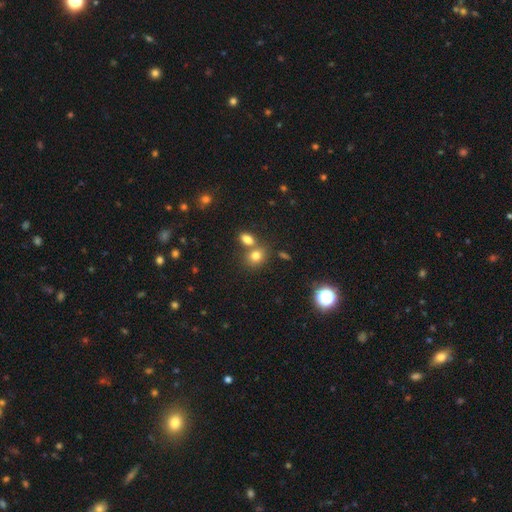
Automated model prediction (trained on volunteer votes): Q: Smooth or featured?
A: smooth (77%); runner-up: star or artifact (14%)
Q: How rounded?
A: round (55%); runner-up: in between (44%)
Q: Merging?
A: none (51%); runner-up: merger (36%)